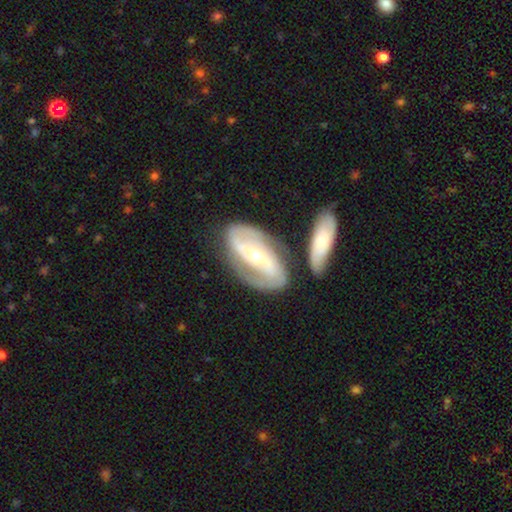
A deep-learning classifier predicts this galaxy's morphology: This appears to be a featured or disk galaxy (82%) with a strong bar (42%), 2 (83%) medium (41%) spiral arms (90%) and a small central bulge (50%). Merging: none (64%).